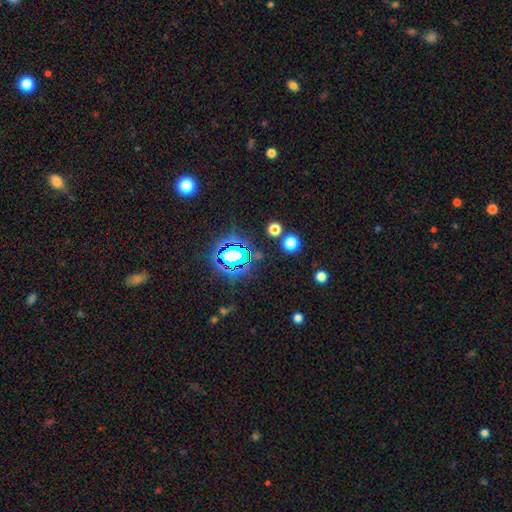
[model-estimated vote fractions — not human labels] Smooth or featured?
  - star or artifact: 73% *
  - smooth: 18%
  - featured or disk: 9%